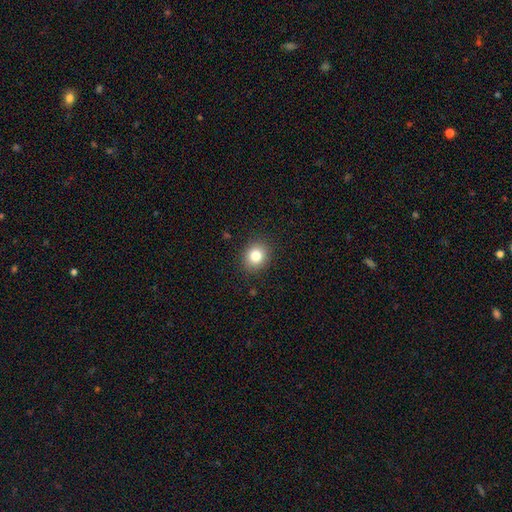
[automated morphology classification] type=smooth (82%); roundness=round (71%); merging=none (89%).